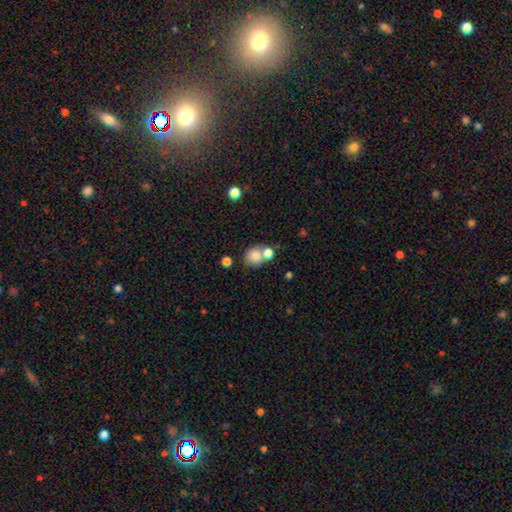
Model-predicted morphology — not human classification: Q: Smooth or featured?
A: smooth (79%); runner-up: featured or disk (11%)
Q: How rounded?
A: round (74%); runner-up: in between (25%)
Q: Merging?
A: none (47%); runner-up: merger (39%)